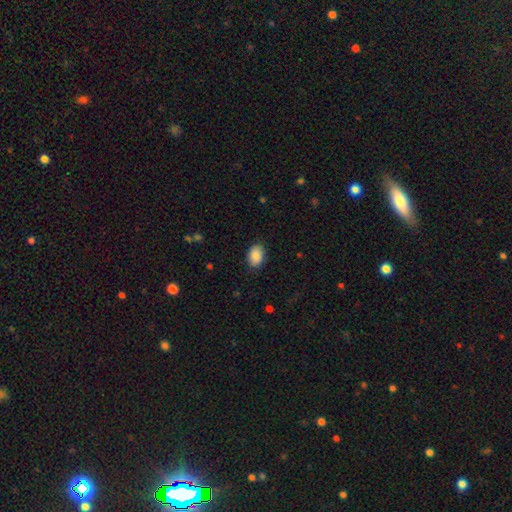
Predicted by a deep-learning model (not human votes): Smooth or featured: smooth — 88% (star or artifact — 7%)
How rounded: in between — 85% (round — 14%)
Merging: none — 85% (minor disturbance — 12%)